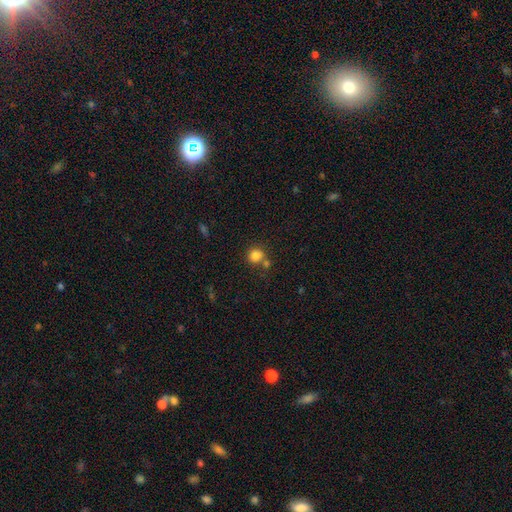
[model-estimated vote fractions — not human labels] smooth-or-featured: smooth: 83% | star or artifact: 12% | featured or disk: 6%
  how-rounded: round: 84% | in between: 15% | cigar-shaped: 1%
  merging: none: 62% | merger: 23% | minor disturbance: 11% | major disturbance: 4%